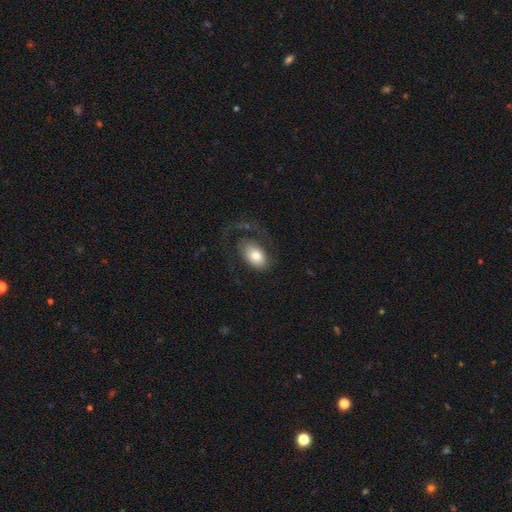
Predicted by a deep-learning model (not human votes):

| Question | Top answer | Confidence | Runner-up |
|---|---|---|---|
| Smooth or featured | smooth | 69% | featured or disk (25%) |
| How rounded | in between | 89% | round (10%) |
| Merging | none | 42% | major disturbance (37%) |